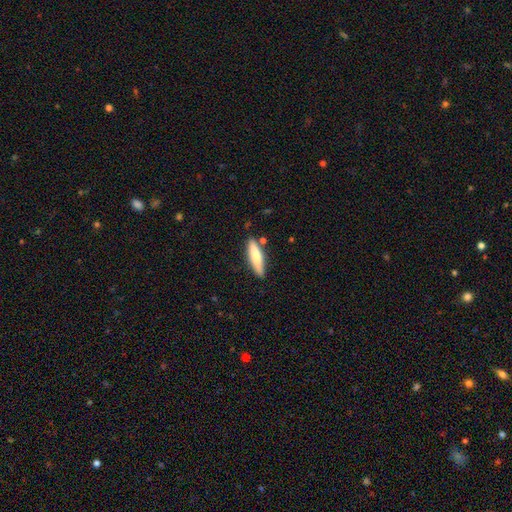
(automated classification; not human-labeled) Smooth or featured? smooth (70%)
How rounded? cigar-shaped (76%)
Merging? none (82%)